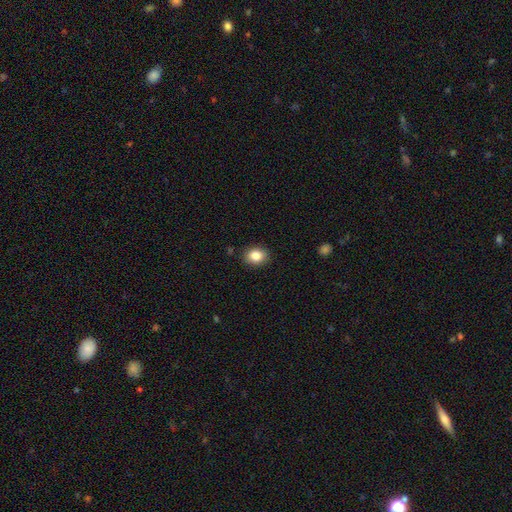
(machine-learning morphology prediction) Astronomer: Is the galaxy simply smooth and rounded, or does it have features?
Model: smooth — 86%.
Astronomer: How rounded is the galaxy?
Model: in between — 53% (runner-up: round, 46%).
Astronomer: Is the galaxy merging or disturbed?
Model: none — 88%.